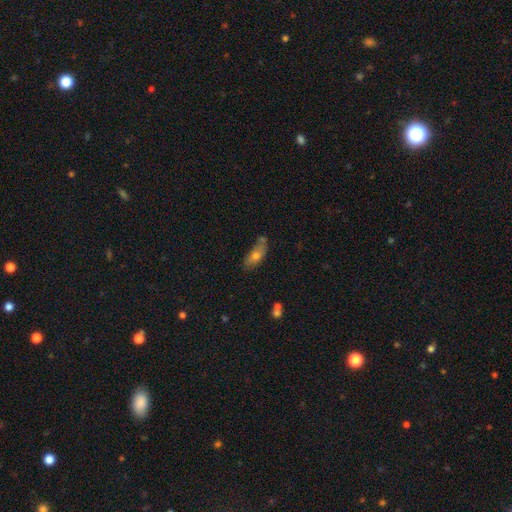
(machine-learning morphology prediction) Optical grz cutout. It shows a smooth galaxy with no disk features (68%) that is in between round and cigar-shaped (77%). Merging: none (54%).